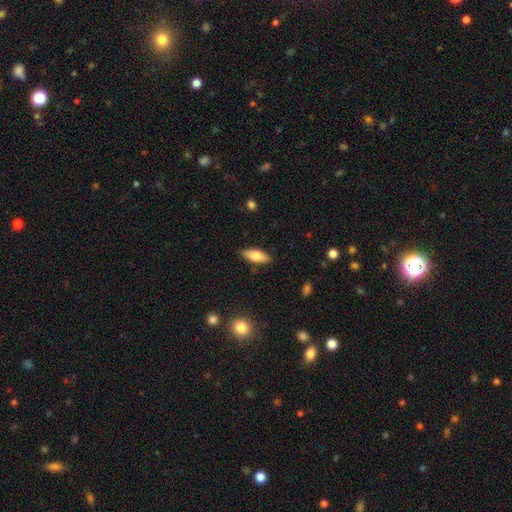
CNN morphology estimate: smooth 78%, featured or disk 16%, star or artifact 7%. Down the decision tree: how rounded — in between (73%); merging — none (86%).